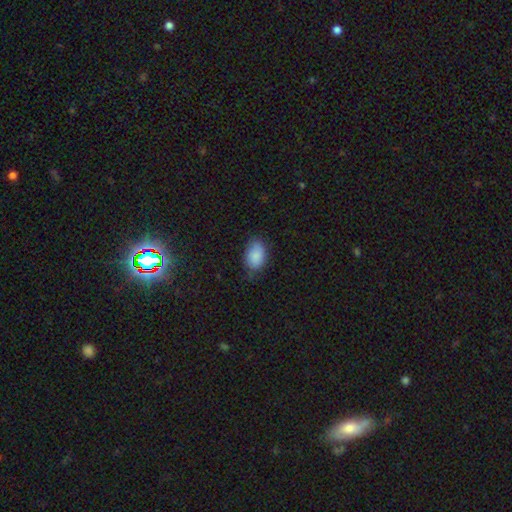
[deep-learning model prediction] smooth 86%, star or artifact 7%, featured or disk 7%. Down the decision tree: how rounded — in between (87%); merging — none (69%).